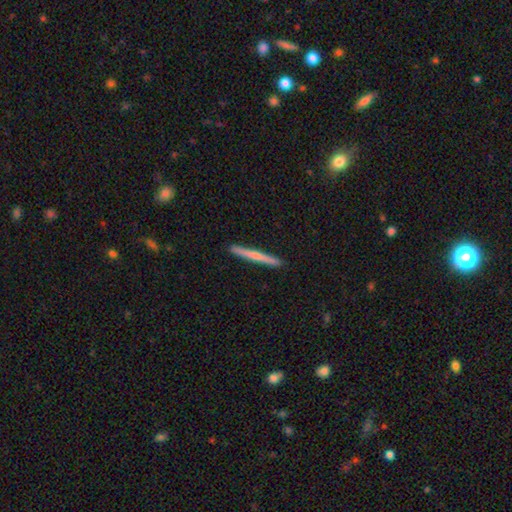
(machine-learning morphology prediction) smooth-or-featured: smooth: 52% | featured or disk: 42% | star or artifact: 5%
  how-rounded: cigar-shaped: 97% | in between: 2% | round: 1%
  merging: none: 92% | minor disturbance: 5% | major disturbance: 1% | merger: 1%